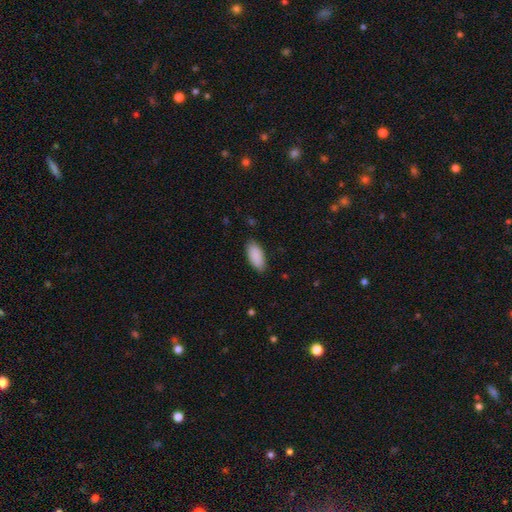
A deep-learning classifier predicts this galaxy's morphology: smooth 90%, star or artifact 6%, featured or disk 4%. Down the decision tree: how rounded — in between (89%); merging — none (84%).